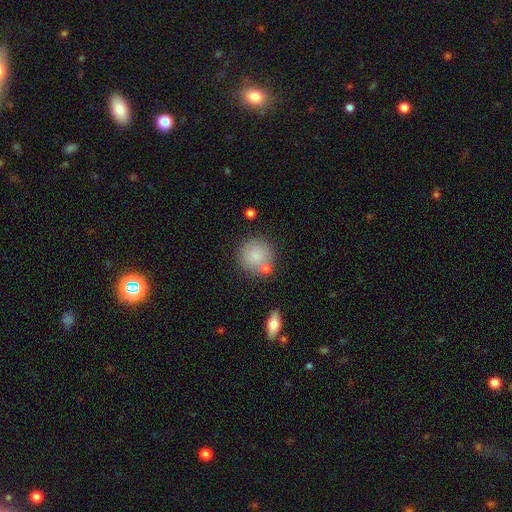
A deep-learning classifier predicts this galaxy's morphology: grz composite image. It shows a smooth galaxy with no disk features (83%) that is round (93%). Merging: none (71%).